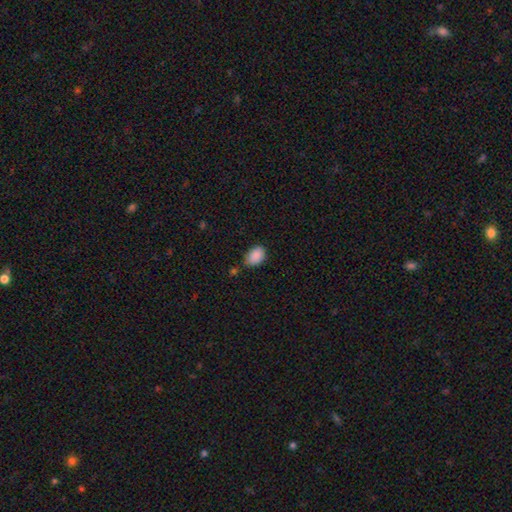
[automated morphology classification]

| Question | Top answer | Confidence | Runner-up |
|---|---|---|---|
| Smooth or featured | smooth | 89% | star or artifact (8%) |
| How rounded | in between | 82% | round (17%) |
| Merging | none | 65% | minor disturbance (25%) |